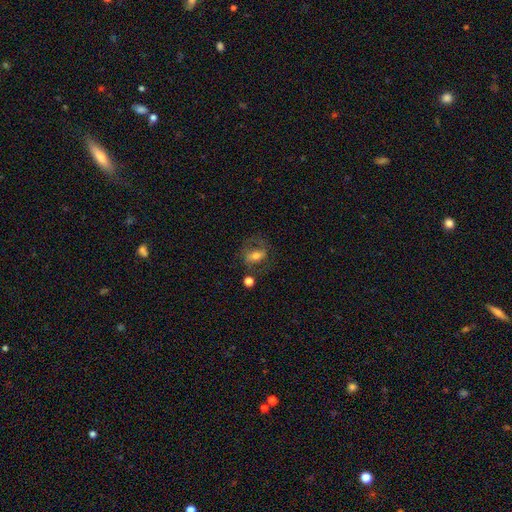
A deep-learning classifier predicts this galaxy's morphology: featured or disk 45% (tied), smooth 45% (tied), star or artifact 10%. Down the decision tree: merging — none (55%).